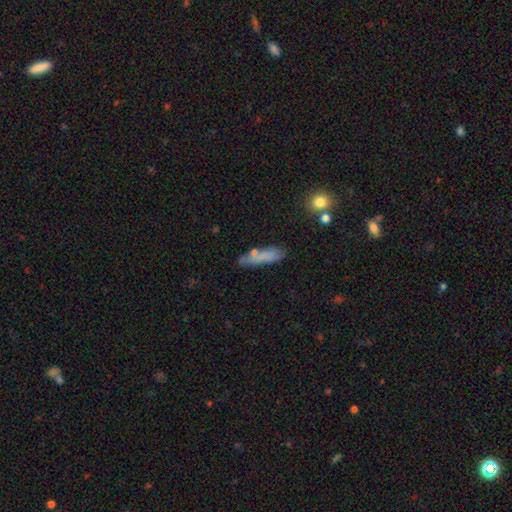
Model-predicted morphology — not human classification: A smooth galaxy with no disk features (74%) that is cigar-shaped (66%).

Vote fractions:
- Smooth or featured? smooth: 74% / featured or disk: 17% / star or artifact: 9%
- How rounded? cigar-shaped: 66% / in between: 31% / round: 3%
- Merging? none: 67% / minor disturbance: 20% / merger: 7% / major disturbance: 6%